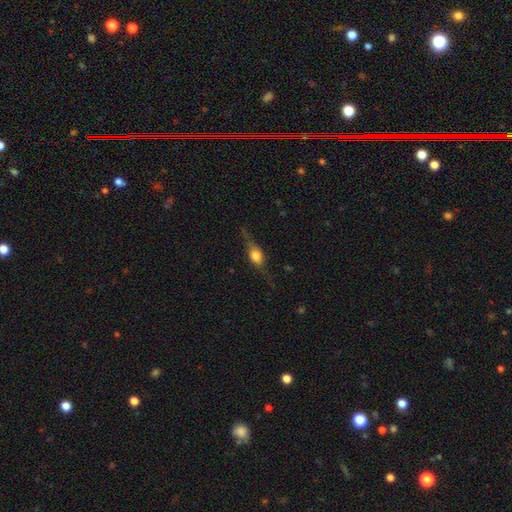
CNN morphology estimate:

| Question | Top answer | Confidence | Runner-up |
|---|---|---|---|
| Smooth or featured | featured or disk | 48% | smooth (43%) |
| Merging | none | 63% | minor disturbance (23%) |